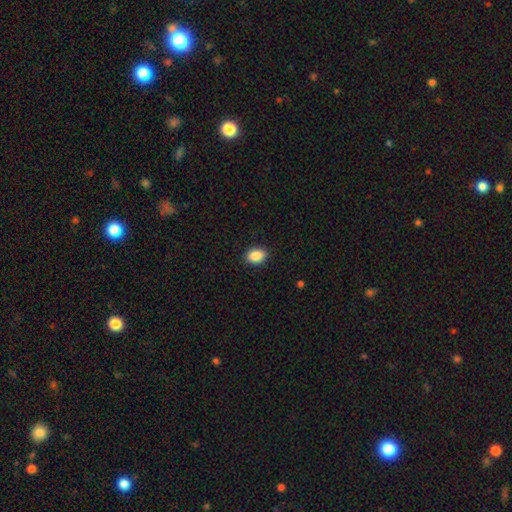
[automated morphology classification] Q: Smooth or featured?
A: smooth (88%); runner-up: star or artifact (8%)
Q: How rounded?
A: in between (79%); runner-up: round (20%)
Q: Merging?
A: none (89%); runner-up: minor disturbance (8%)